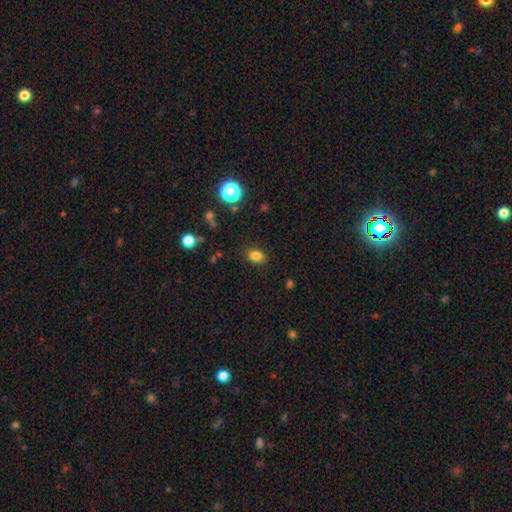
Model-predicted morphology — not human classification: Overall: smooth (82%). How rounded: in between (70%). Merging: none (85%).